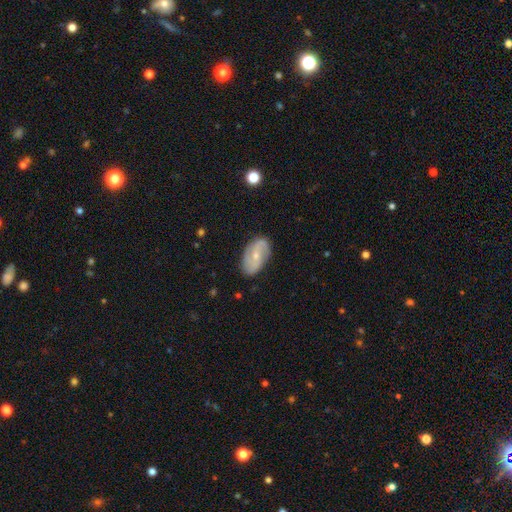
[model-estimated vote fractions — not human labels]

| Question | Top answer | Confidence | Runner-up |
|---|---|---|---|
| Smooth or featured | featured or disk | 67% | smooth (26%) |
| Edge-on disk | no | 95% | yes (5%) |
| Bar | no | 51% | weak (37%) |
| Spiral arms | yes | 86% | no (14%) |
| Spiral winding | loose | 40% | medium (38%) |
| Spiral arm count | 2 | 76% | can't tell (13%) |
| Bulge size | small | 63% | moderate (33%) |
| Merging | none | 79% | minor disturbance (16%) |